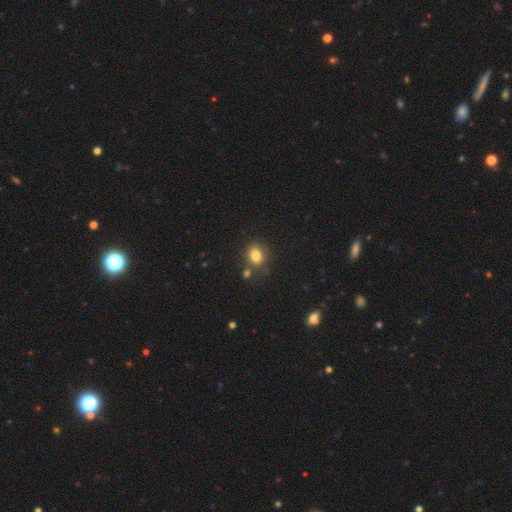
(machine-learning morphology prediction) smooth_or_featured: smooth (p=0.82) [alt: star or artifact p=0.11]
how_rounded: round (p=0.50) [alt: in between p=0.48]
merging: none (p=0.71) [alt: minor disturbance p=0.13]